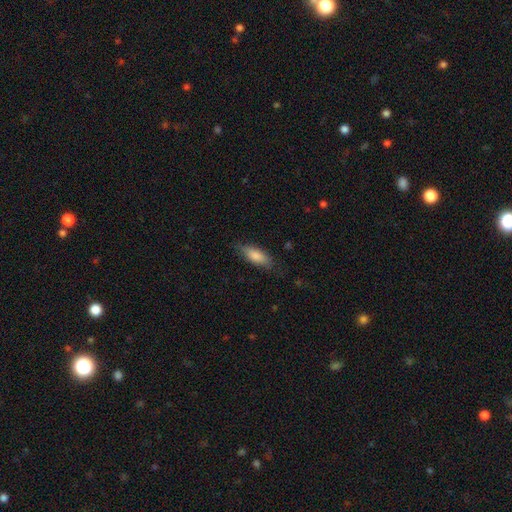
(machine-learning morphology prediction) A smooth galaxy with no disk features (82%) that is in between round and cigar-shaped (70%).

Vote fractions:
- Smooth or featured? smooth: 82% / featured or disk: 12% / star or artifact: 6%
- How rounded? in between: 70% / cigar-shaped: 28% / round: 2%
- Merging? none: 77% / minor disturbance: 18% / major disturbance: 4% / merger: 1%